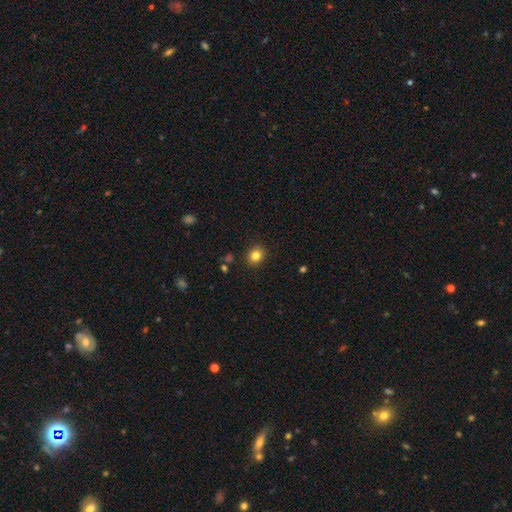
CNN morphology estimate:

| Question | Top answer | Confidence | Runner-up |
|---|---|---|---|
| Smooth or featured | smooth | 82% | star or artifact (12%) |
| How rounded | round | 69% | in between (30%) |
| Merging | none | 89% | minor disturbance (8%) |